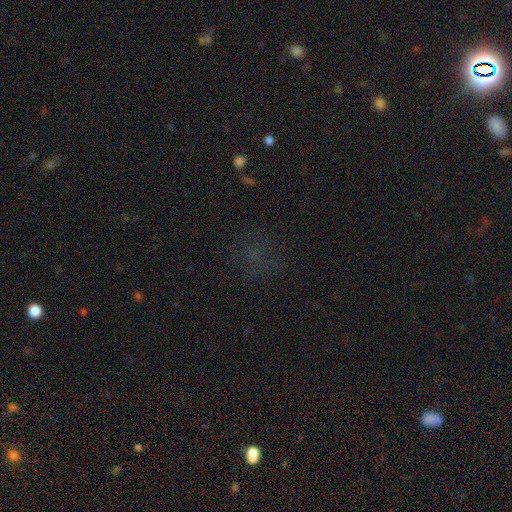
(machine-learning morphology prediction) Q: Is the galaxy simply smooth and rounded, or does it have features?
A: star or artifact — 43%.